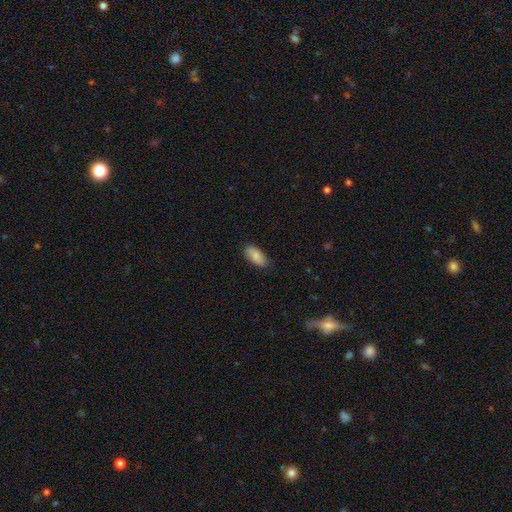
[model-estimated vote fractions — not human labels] This appears to be a smooth galaxy with no disk features (86%) that is in between round and cigar-shaped (90%). Merging: none (84%).